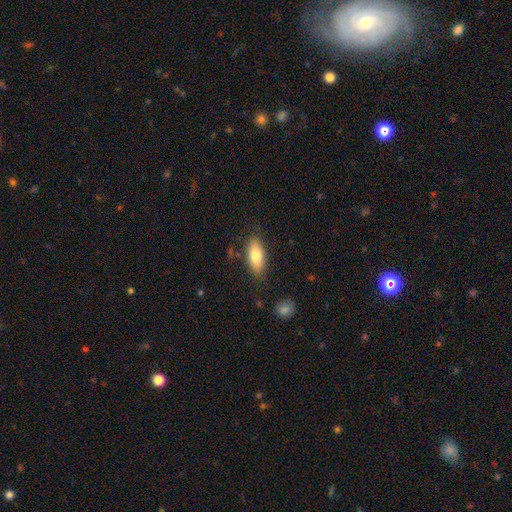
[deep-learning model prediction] Smooth or featured: smooth — 78% (featured or disk — 15%)
How rounded: in between — 83% (cigar-shaped — 15%)
Merging: none — 81% (minor disturbance — 14%)